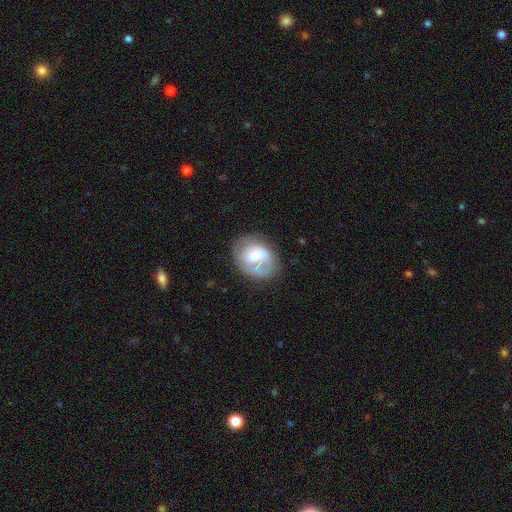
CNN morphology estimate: A featured or disk galaxy (50%).

Vote fractions:
- Smooth or featured? featured or disk: 50% / smooth: 43% / star or artifact: 8%
- Merging? none: 54% / minor disturbance: 26% / major disturbance: 17% / merger: 4%